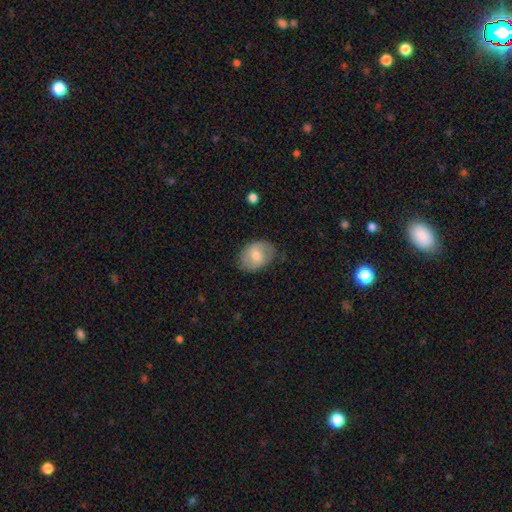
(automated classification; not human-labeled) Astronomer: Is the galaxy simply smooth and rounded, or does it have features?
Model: smooth — 68%.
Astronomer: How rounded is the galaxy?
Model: in between — 76%.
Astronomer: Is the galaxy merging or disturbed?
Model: none — 75%.